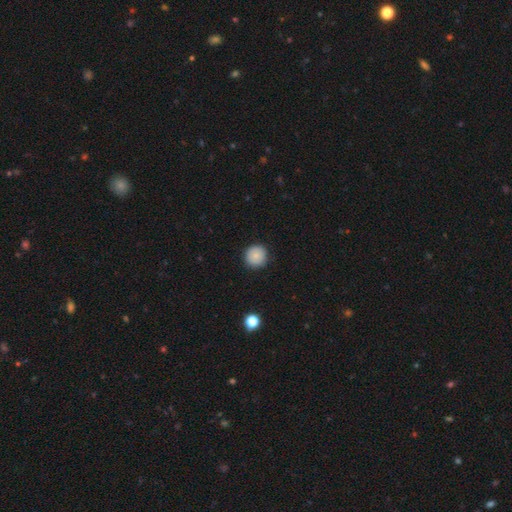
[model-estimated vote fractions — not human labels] Morphology: type=smooth (85%); roundness=round (94%); merging=none (90%).